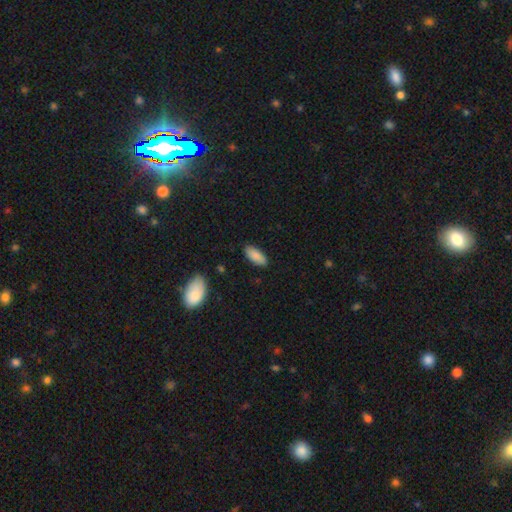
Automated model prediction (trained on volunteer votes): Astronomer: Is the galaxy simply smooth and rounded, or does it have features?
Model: smooth — 88%.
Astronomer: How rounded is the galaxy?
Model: in between — 85%.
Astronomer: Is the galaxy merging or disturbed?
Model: none — 87%.